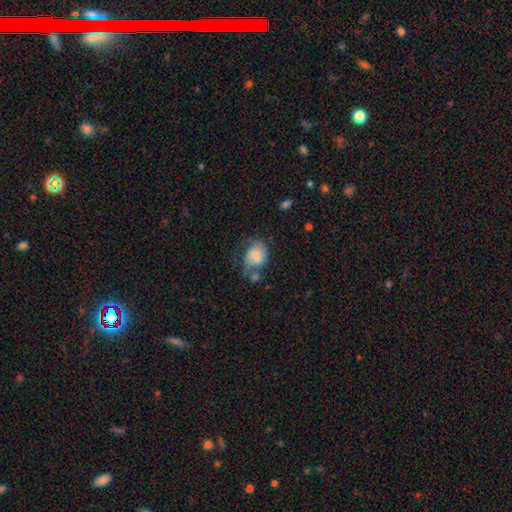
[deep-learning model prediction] Morphology: type=smooth (65%); roundness=in between (61%); merging=none (35%).